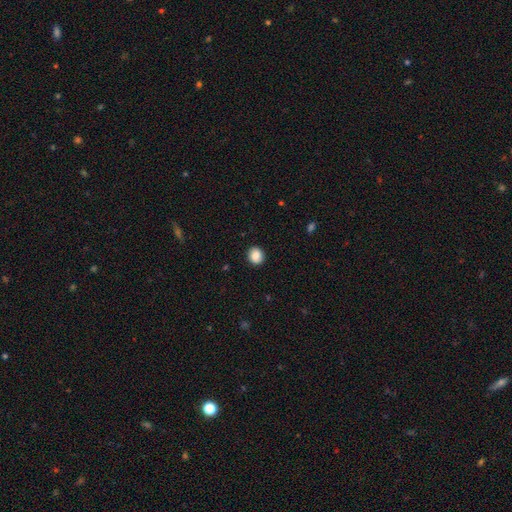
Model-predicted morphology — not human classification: A smooth galaxy with no disk features (87%) that is round (78%). Merging: none (89%).